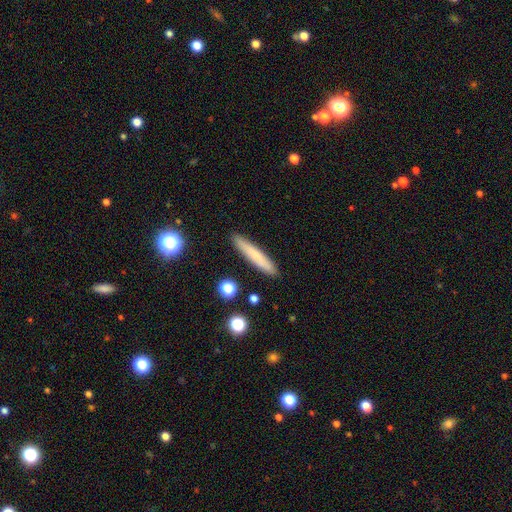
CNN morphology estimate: smooth_or_featured: smooth (p=0.72) [alt: featured or disk p=0.21]
how_rounded: cigar-shaped (p=0.93) [alt: in between p=0.05]
merging: none (p=0.91) [alt: minor disturbance p=0.07]